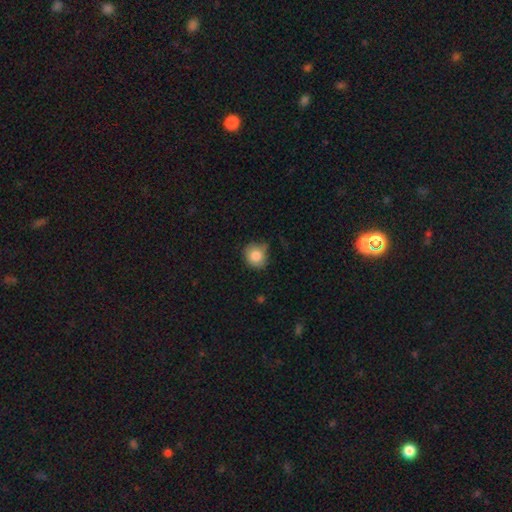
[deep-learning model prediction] A smooth galaxy with no disk features (83%) that is round (86%). Merging: none (69%).